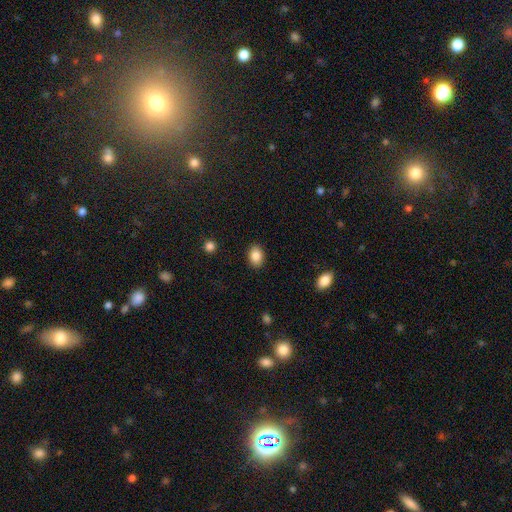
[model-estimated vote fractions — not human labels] Smooth or featured: smooth — 86% (star or artifact — 8%)
How rounded: in between — 74% (round — 25%)
Merging: none — 88% (minor disturbance — 8%)